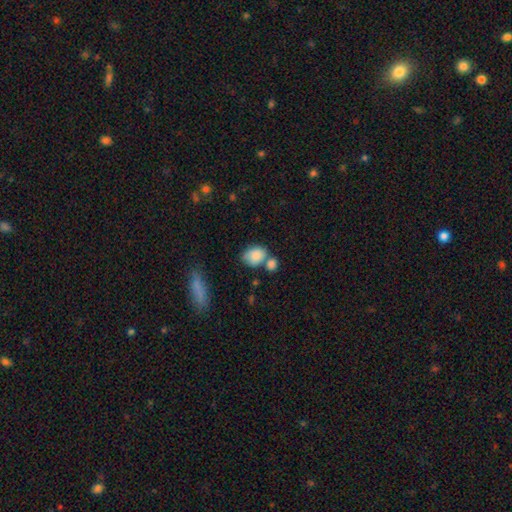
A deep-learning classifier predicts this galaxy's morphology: This is clearly a smooth galaxy (82%). How rounded: likely in between (64%). Merging: marginally none (39%).